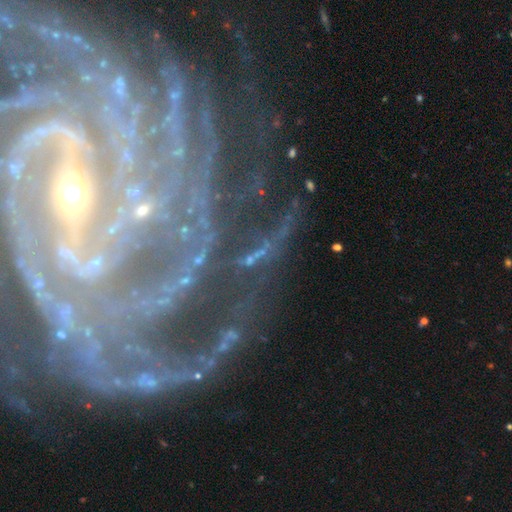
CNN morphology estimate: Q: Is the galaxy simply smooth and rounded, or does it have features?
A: featured or disk — 52%.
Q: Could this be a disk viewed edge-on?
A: no — 87%.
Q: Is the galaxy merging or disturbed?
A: none — 60%.